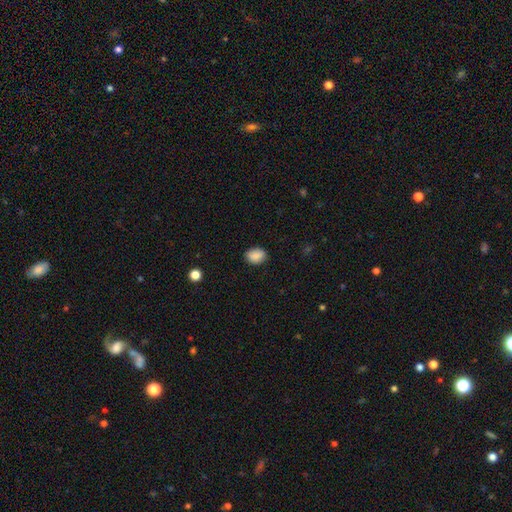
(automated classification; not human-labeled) smooth 88%, star or artifact 8%, featured or disk 4%. Down the decision tree: how rounded — in between (69%); merging — none (84%).